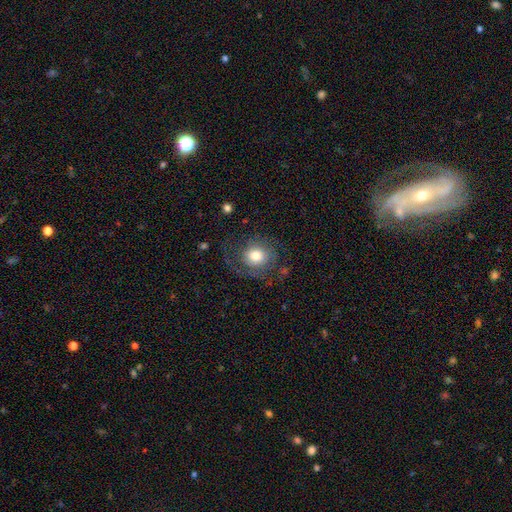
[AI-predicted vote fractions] Smooth or featured: smooth — 55% (featured or disk — 37%)
How rounded: round — 80% (in between — 19%)
Merging: none — 60% (major disturbance — 20%)